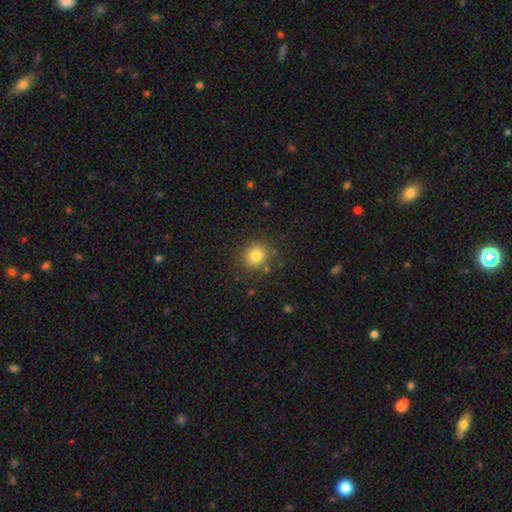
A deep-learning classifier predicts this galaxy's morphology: This is clearly a smooth galaxy (80%). How rounded: clearly round (82%). Merging: clearly none (84%).